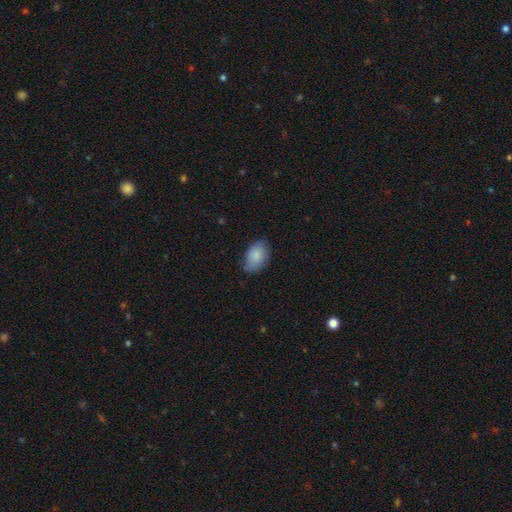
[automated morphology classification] This is clearly a smooth galaxy (86%). How rounded: clearly in between (90%). Merging: likely none (72%).